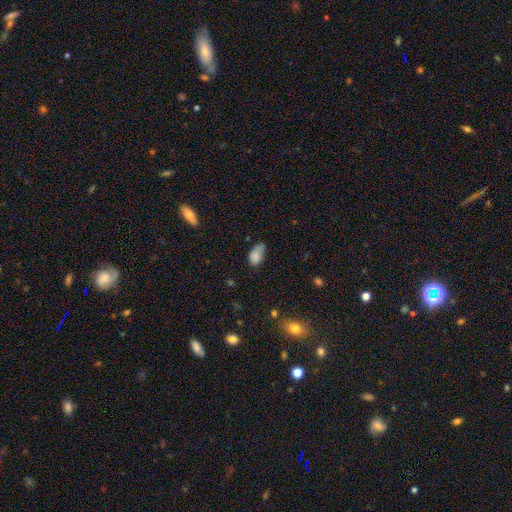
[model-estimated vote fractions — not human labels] Smooth or featured? Predicted: smooth (p=0.81). How rounded? Predicted: in between (p=0.91). Merging? Predicted: none (p=0.45).